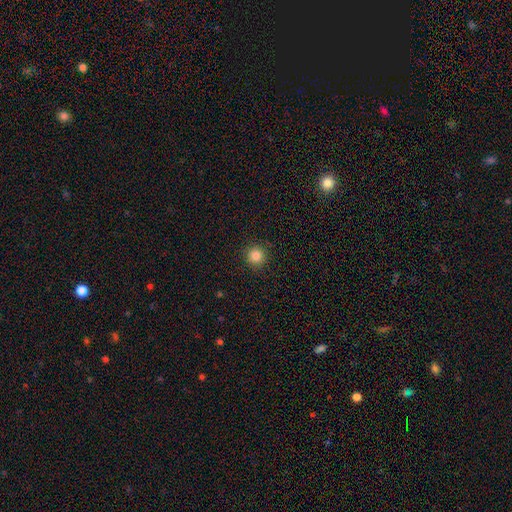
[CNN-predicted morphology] This appears to be a smooth galaxy with no disk features (84%) that is round (95%). Merging: none (91%).